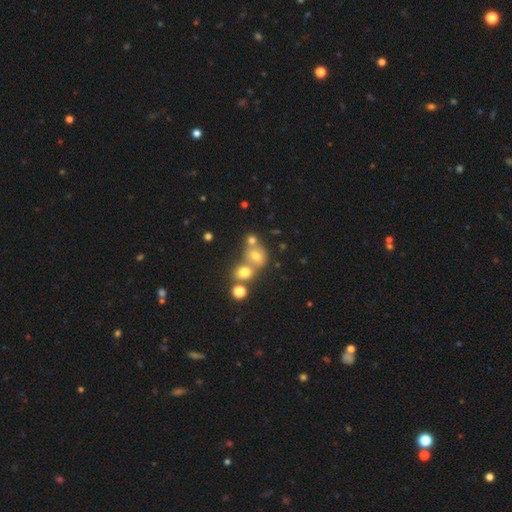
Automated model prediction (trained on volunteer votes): The model was most divided on "merging" (2-way tie): none: 43%, merger: 43%, minor disturbance: 10%, major disturbance: 5%. More confident: how rounded — round (65%); smooth or featured — smooth (65%).